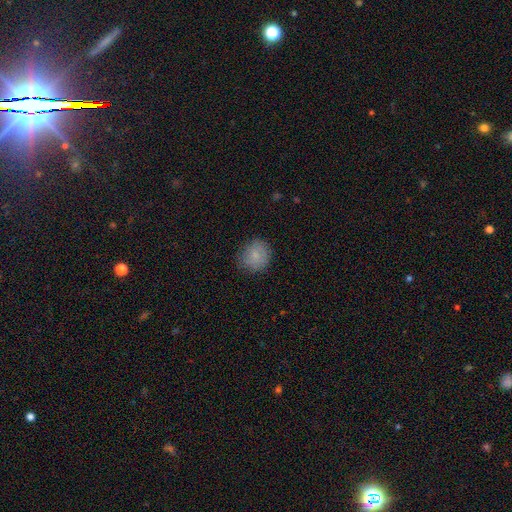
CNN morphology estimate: Smooth or featured? Predicted: smooth (p=0.81). How rounded? Predicted: round (p=0.86). Merging? Predicted: none (p=0.80).